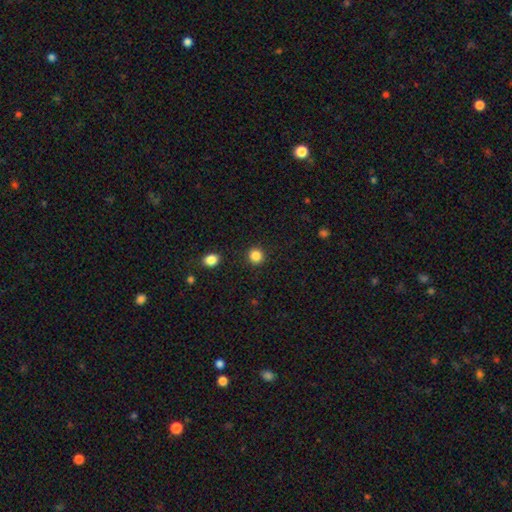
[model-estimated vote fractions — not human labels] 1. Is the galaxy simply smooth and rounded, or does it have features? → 86% smooth, 11% star or artifact, 3% featured or disk.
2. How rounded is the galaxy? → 92% round, 7% in between, 1% cigar-shaped.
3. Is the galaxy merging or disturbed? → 91% none, 5% minor disturbance, 2% major disturbance, 2% merger.